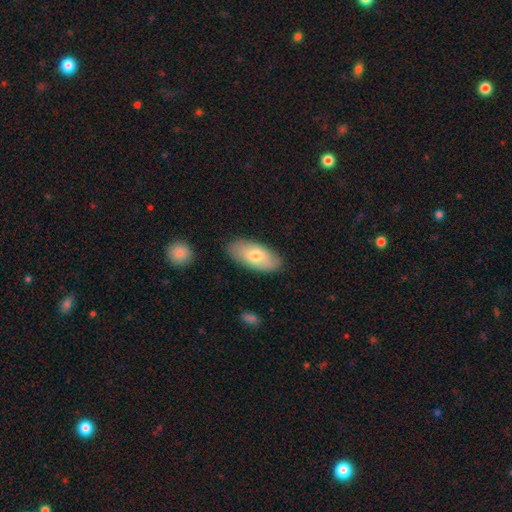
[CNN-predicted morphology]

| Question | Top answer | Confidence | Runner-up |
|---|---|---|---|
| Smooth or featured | smooth | 69% | featured or disk (25%) |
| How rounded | in between | 91% | cigar-shaped (7%) |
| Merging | none | 84% | minor disturbance (12%) |